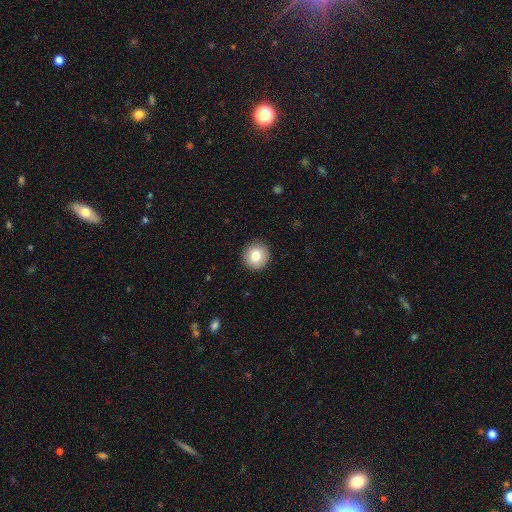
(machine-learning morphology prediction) smooth 80%, featured or disk 11%, star or artifact 9%. Down the decision tree: how rounded — round (93%); merging — none (92%).